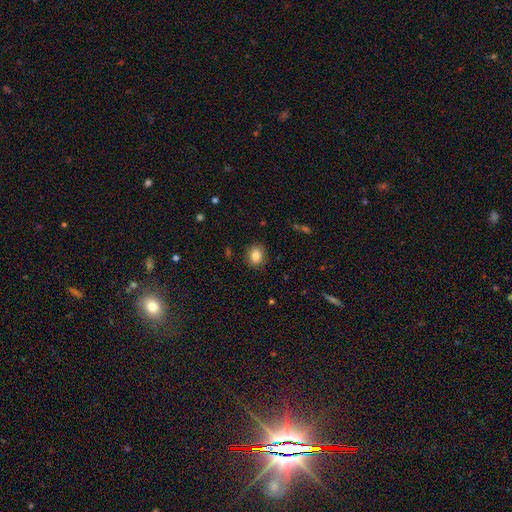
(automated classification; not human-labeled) The model was most divided on "how rounded": round: 62%, in between: 37%, cigar-shaped: 1%. More confident: merging — none (88%); smooth or featured — smooth (84%).